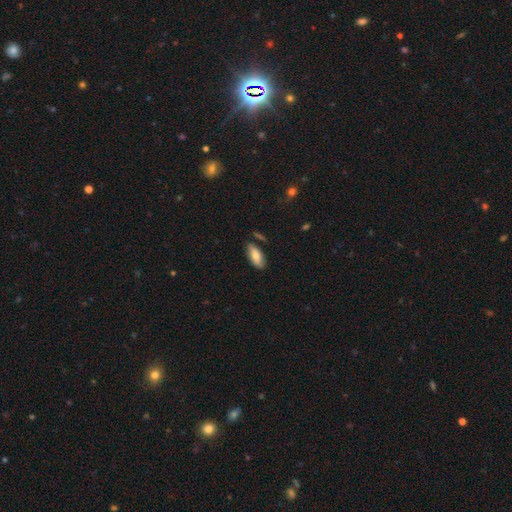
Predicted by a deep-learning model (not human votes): A smooth galaxy with no disk features (73%) that is in between round and cigar-shaped (84%).

Vote fractions:
- Smooth or featured? smooth: 73% / featured or disk: 21% / star or artifact: 6%
- How rounded? in between: 84% / cigar-shaped: 14% / round: 3%
- Merging? none: 80% / minor disturbance: 14% / merger: 3% / major disturbance: 3%